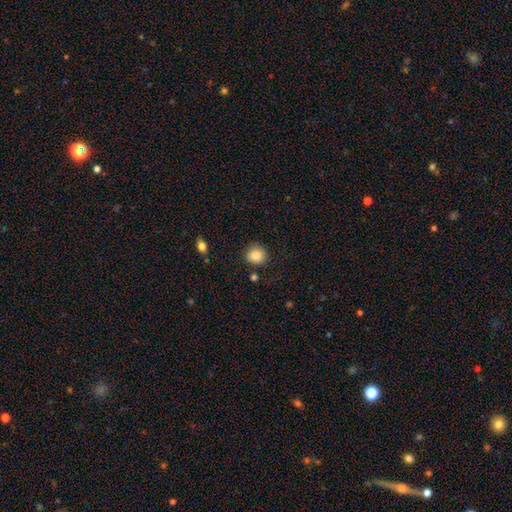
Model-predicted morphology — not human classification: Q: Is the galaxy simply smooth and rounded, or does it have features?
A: smooth — 86%.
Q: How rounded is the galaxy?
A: round — 87%.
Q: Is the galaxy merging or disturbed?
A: none — 86%.